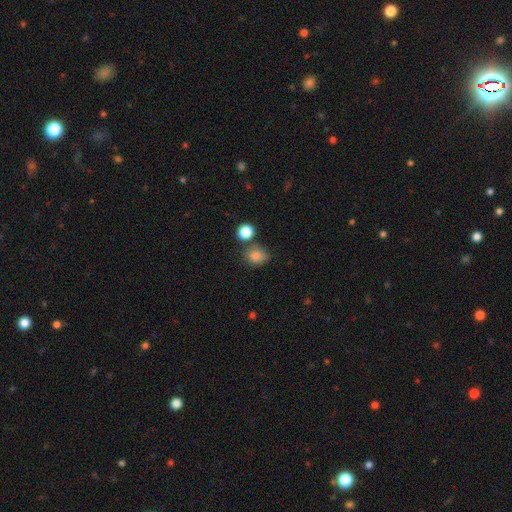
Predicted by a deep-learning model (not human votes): Smooth or featured? smooth (83%)
How rounded? round (59%)
Merging? none (64%)